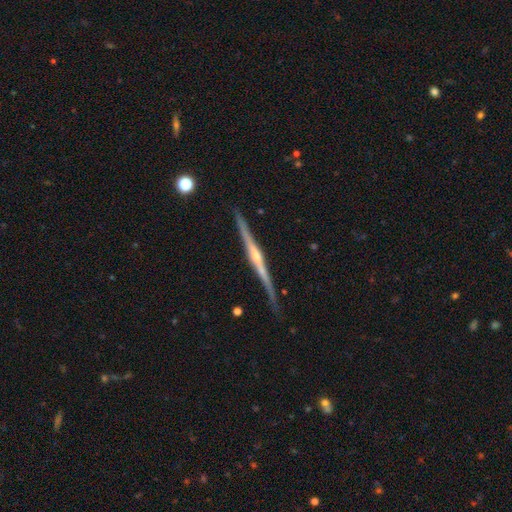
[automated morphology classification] Smooth or featured: featured or disk — 86% (smooth — 9%)
Edge-on disk: yes — 98% (no — 2%)
Edge-on bulge: rounded — 78% (none — 14%)
Merging: none — 88% (minor disturbance — 9%)